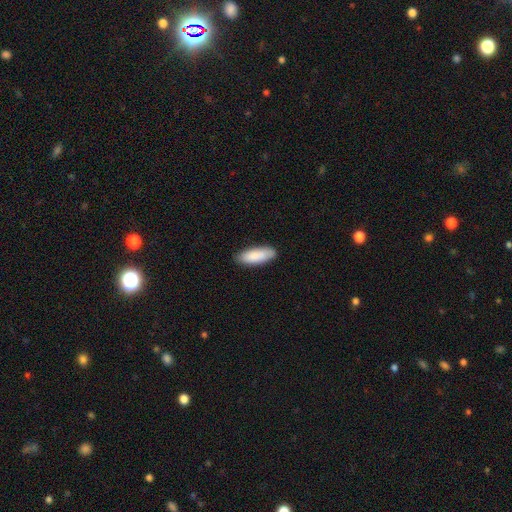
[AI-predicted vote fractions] Q: Smooth or featured?
A: smooth (87%); runner-up: featured or disk (8%)
Q: How rounded?
A: in between (71%); runner-up: cigar-shaped (28%)
Q: Merging?
A: none (85%); runner-up: minor disturbance (12%)